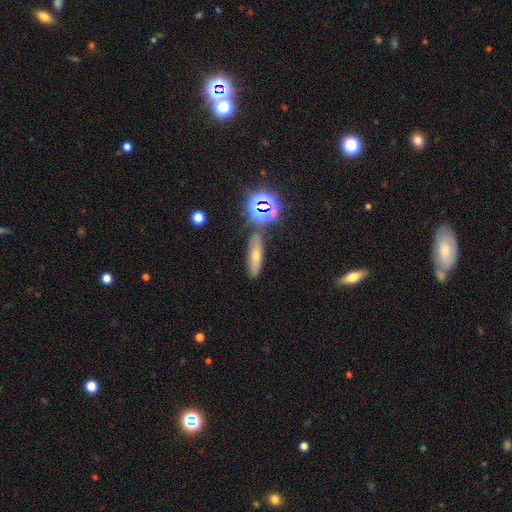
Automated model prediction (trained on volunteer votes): smooth 42%, star or artifact 30%, featured or disk 28%. Down the decision tree: merging — none (80%).